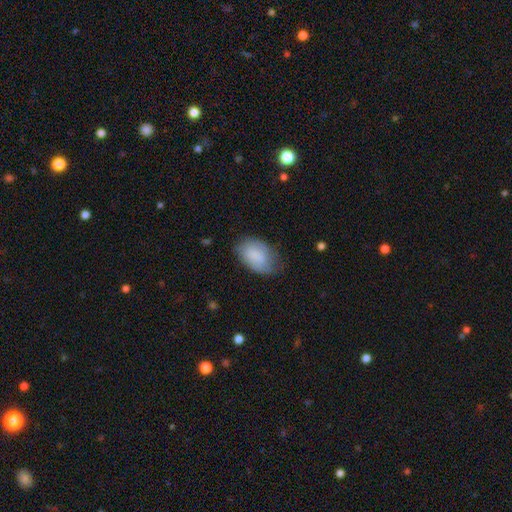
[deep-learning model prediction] Smooth or featured: smooth — 83% (featured or disk — 11%)
How rounded: in between — 91% (round — 8%)
Merging: none — 61% (minor disturbance — 30%)